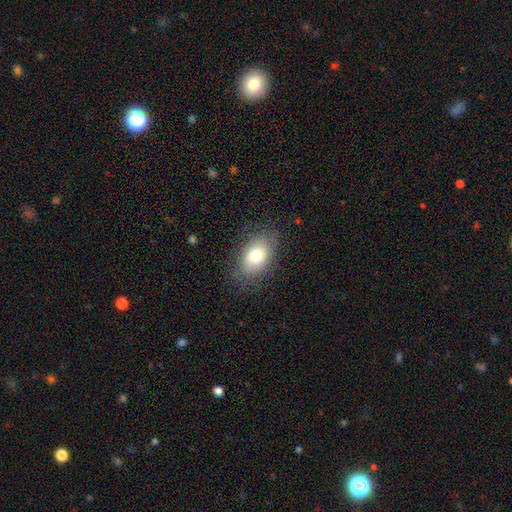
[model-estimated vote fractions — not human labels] Q: Smooth or featured?
A: smooth (76%); runner-up: featured or disk (16%)
Q: How rounded?
A: in between (91%); runner-up: round (8%)
Q: Merging?
A: none (77%); runner-up: minor disturbance (17%)